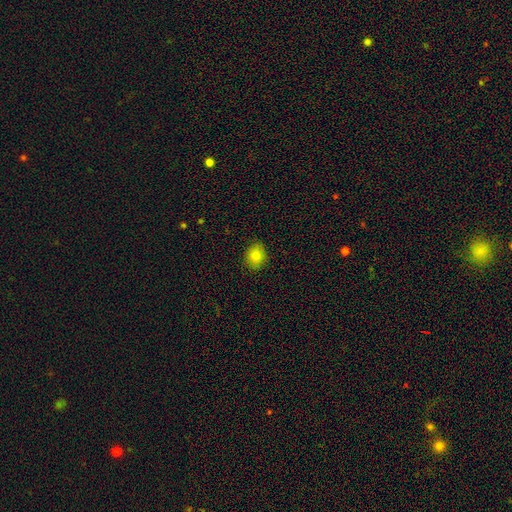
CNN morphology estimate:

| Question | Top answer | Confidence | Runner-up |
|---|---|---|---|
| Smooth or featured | smooth | 81% | star or artifact (11%) |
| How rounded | round | 52% | in between (47%) |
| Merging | none | 87% | minor disturbance (9%) |